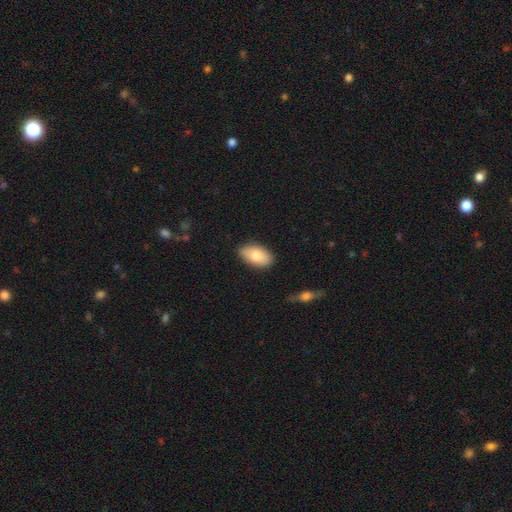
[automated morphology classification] Q: Smooth or featured?
A: smooth (77%); runner-up: featured or disk (17%)
Q: How rounded?
A: in between (93%); runner-up: round (5%)
Q: Merging?
A: none (86%); runner-up: minor disturbance (10%)